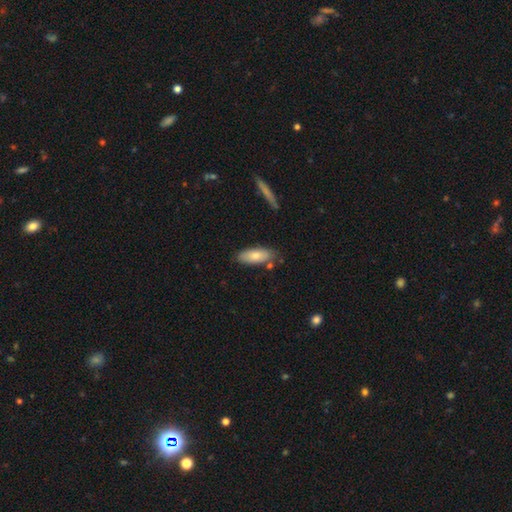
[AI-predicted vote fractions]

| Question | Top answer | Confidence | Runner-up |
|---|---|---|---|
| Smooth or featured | smooth | 77% | featured or disk (18%) |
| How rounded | in between | 76% | cigar-shaped (22%) |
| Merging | none | 75% | minor disturbance (16%) |